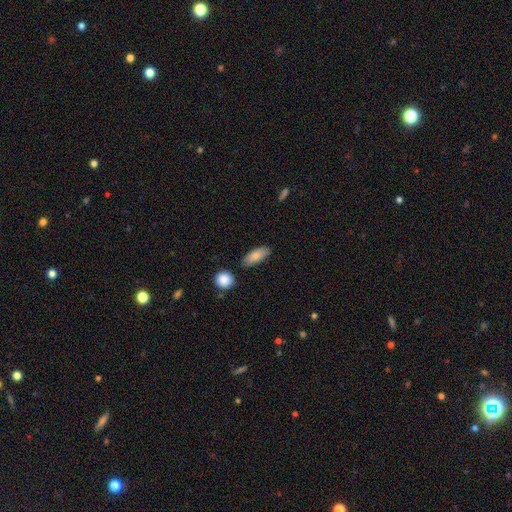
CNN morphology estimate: A smooth galaxy with no disk features (84%) that is in between round and cigar-shaped (80%).

Vote fractions:
- Smooth or featured? smooth: 84% / featured or disk: 9% / star or artifact: 6%
- How rounded? in between: 80% / cigar-shaped: 17% / round: 3%
- Merging? none: 81% / minor disturbance: 12% / merger: 4% / major disturbance: 3%